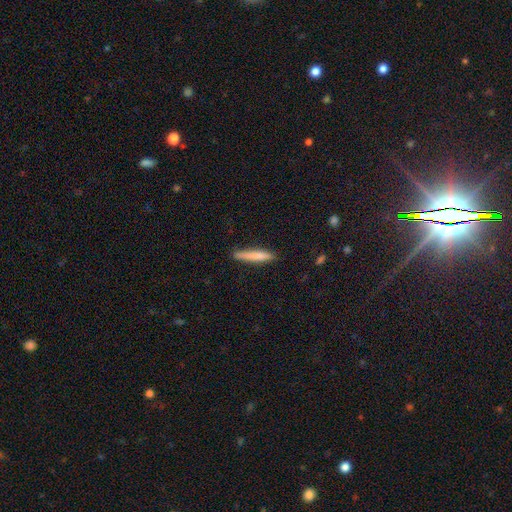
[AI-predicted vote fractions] Smooth or featured?
  - smooth: 77% *
  - featured or disk: 17%
  - star or artifact: 6%
How rounded?
  - cigar-shaped: 93% *
  - in between: 6%
  - round: 1%
Merging?
  - none: 83% *
  - minor disturbance: 13%
  - major disturbance: 2%
  - merger: 2%